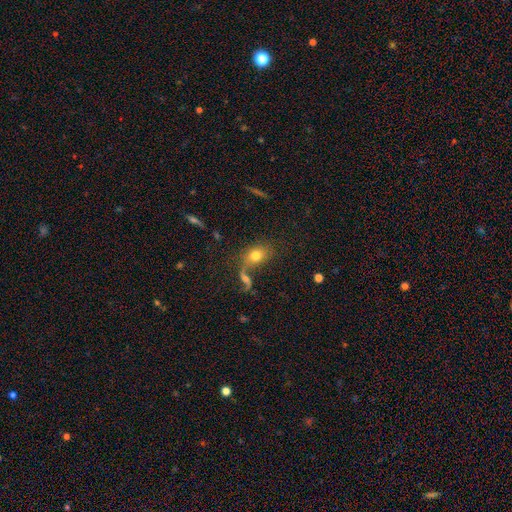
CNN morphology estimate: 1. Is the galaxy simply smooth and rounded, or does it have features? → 70% smooth, 18% featured or disk, 12% star or artifact.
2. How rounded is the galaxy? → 69% in between, 28% round, 3% cigar-shaped.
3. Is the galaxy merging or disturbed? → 46% none, 32% merger, 13% minor disturbance, 10% major disturbance.